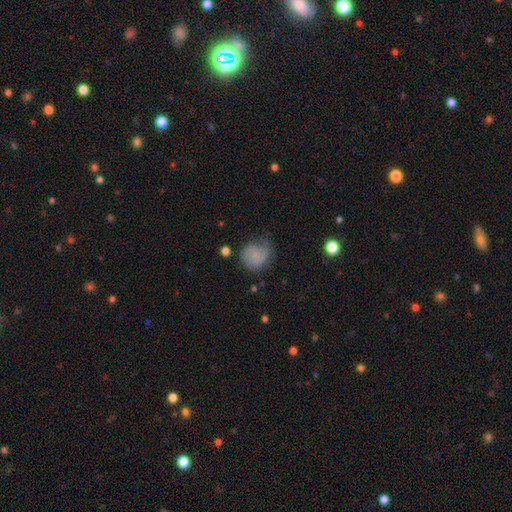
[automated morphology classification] This is likely a smooth galaxy (66%). How rounded: likely round (74%). Merging: possibly none (48%).